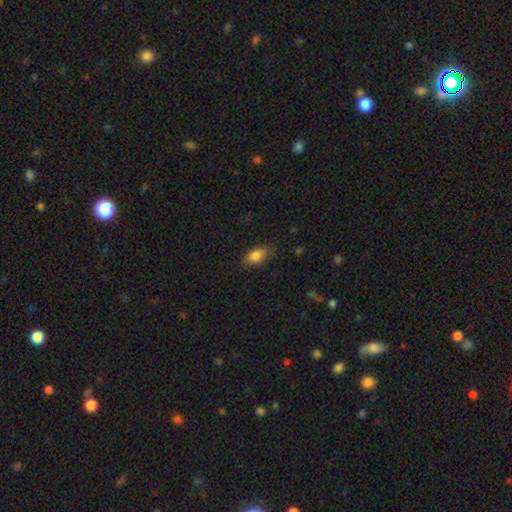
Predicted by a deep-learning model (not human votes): Overall: smooth (85%). How rounded: in between (87%). Merging: none (79%).